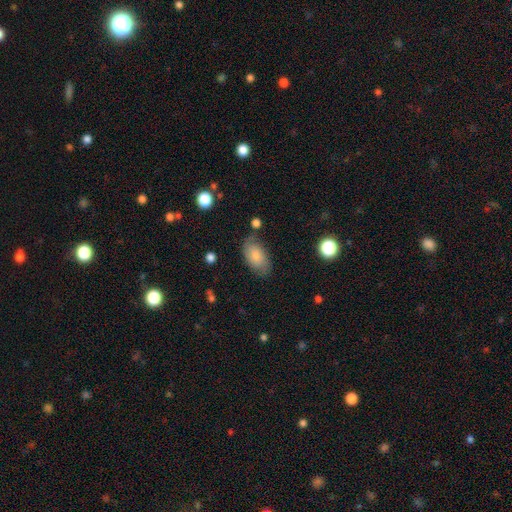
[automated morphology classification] type=smooth (71%); roundness=in between (93%); merging=none (69%).